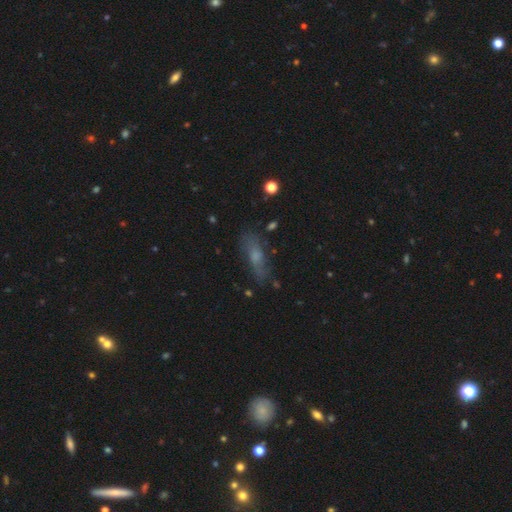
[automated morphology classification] smooth-or-featured: smooth: 48% | featured or disk: 39% | star or artifact: 13%
  merging: none: 70% | minor disturbance: 19% | major disturbance: 8% | merger: 3%